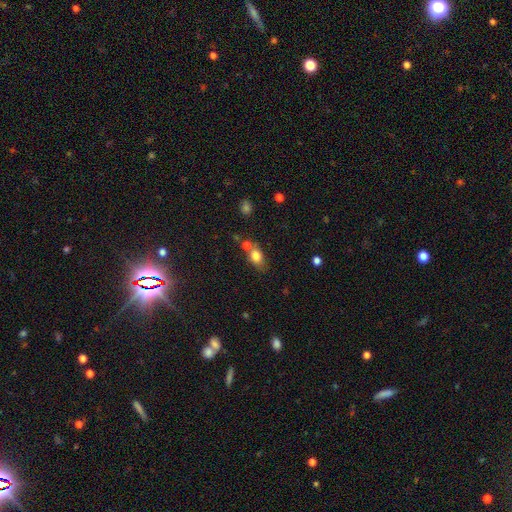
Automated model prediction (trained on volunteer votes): This is likely a smooth galaxy (79%). How rounded: likely in between (74%). Merging: possibly none (52%).